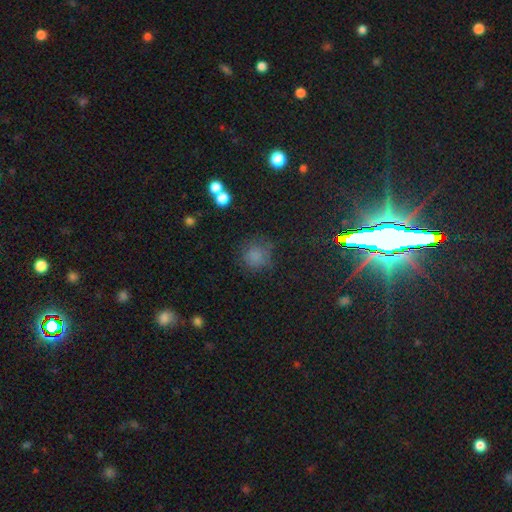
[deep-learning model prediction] This is likely a smooth galaxy (70%). How rounded: clearly round (88%). Merging: likely none (68%).